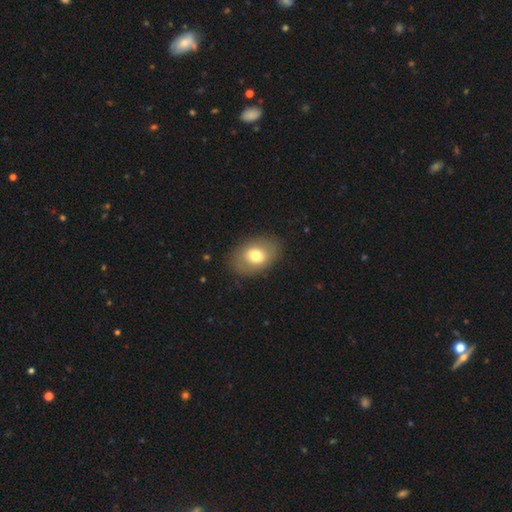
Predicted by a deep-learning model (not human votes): Overall: smooth (72%). How rounded: in between (75%). Merging: none (85%).